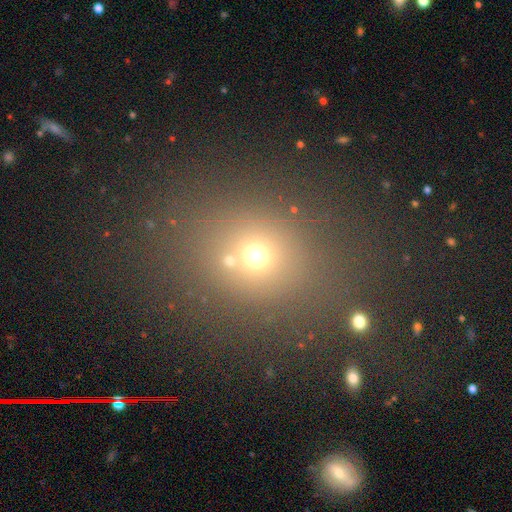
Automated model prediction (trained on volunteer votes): Smooth or featured? Predicted: smooth (p=0.63). How rounded? Predicted: round (p=0.67). Merging? Predicted: none (p=0.74).